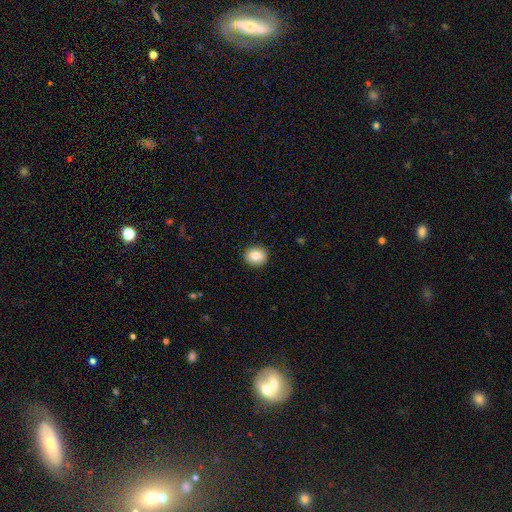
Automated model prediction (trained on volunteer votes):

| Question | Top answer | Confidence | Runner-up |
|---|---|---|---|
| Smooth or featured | smooth | 84% | star or artifact (9%) |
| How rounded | round | 77% | in between (22%) |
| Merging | none | 91% | minor disturbance (6%) |